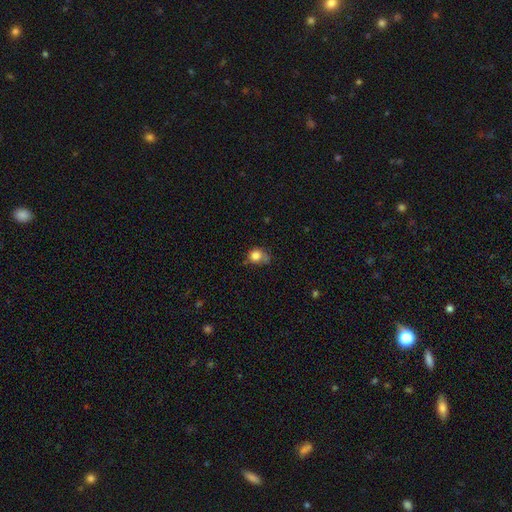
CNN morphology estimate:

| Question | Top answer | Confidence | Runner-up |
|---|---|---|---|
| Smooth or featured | smooth | 81% | star or artifact (11%) |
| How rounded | round | 74% | in between (25%) |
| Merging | none | 48% | minor disturbance (31%) |